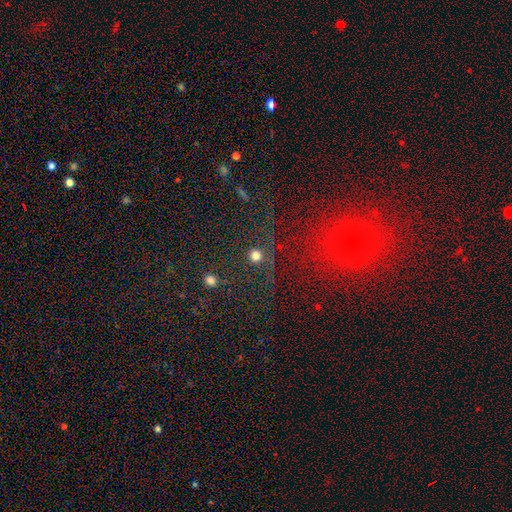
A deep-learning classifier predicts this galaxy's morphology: smooth 67%, star or artifact 25%, featured or disk 8%. Down the decision tree: how rounded — round (94%); merging — none (82%).